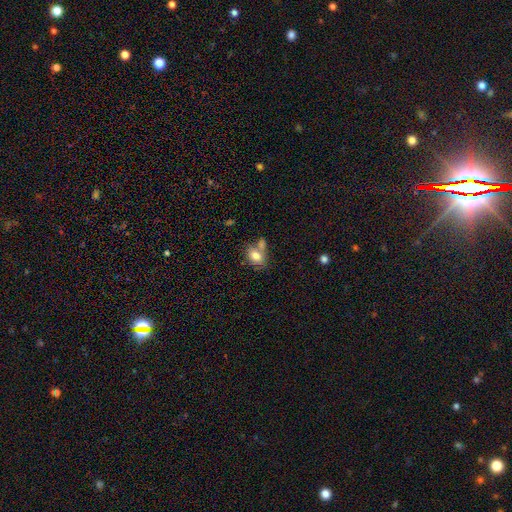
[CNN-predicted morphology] Smooth or featured? Predicted: smooth (p=0.78). How rounded? Predicted: in between (p=0.77). Merging? Predicted: none (p=0.44).